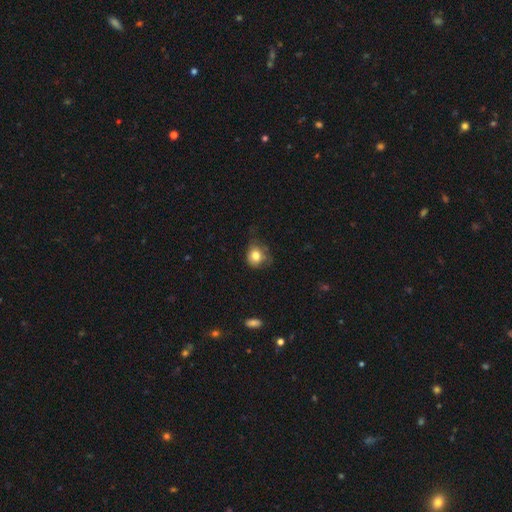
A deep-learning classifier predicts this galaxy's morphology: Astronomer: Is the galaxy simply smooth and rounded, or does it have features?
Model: smooth — 78%.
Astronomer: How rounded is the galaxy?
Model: round — 67%.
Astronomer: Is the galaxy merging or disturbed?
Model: none — 47% (runner-up: minor disturbance, 34%).